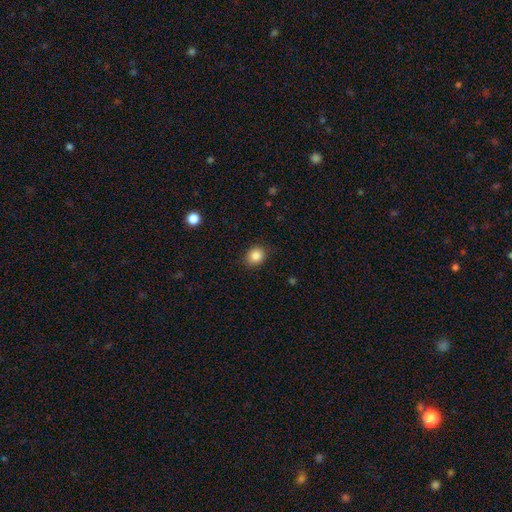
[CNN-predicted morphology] This appears to be a smooth galaxy with no disk features (86%) that is round (65%). Merging: none (86%).